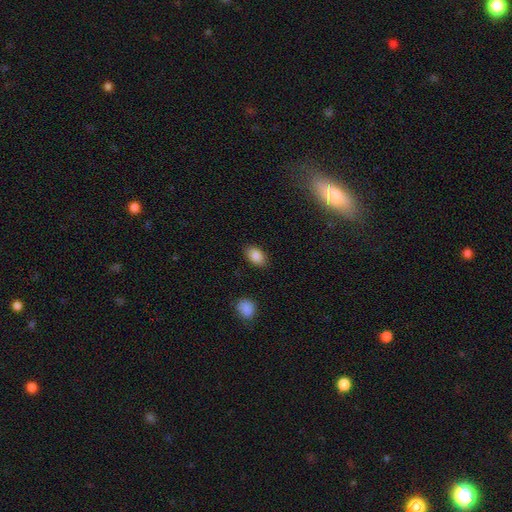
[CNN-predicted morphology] smooth-or-featured: smooth: 87% | star or artifact: 8% | featured or disk: 5%
  how-rounded: in between: 89% | round: 9% | cigar-shaped: 2%
  merging: none: 86% | minor disturbance: 10% | major disturbance: 3% | merger: 1%